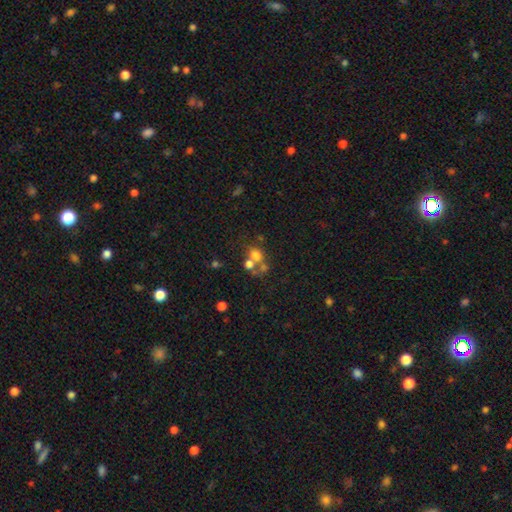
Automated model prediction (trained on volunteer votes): smooth-or-featured: smooth: 64% | featured or disk: 19% | star or artifact: 17%
  how-rounded: round: 69% | in between: 29% | cigar-shaped: 1%
  merging: merger: 48% | none: 36% | minor disturbance: 8% | major disturbance: 8%